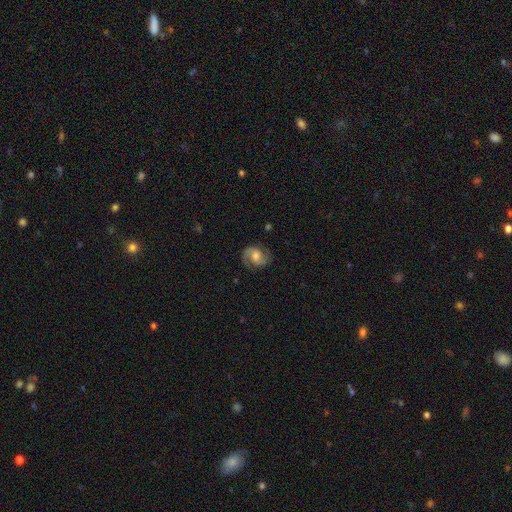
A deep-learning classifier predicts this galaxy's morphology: Smooth or featured? Predicted: featured or disk (p=0.73). Edge-on disk? Predicted: no (p=0.98). Bar? Predicted: no (p=0.52). Spiral arms? Predicted: yes (p=0.94). Spiral winding? Predicted: medium (p=0.52). Spiral arm count? Predicted: 2 (p=0.87). Bulge size? Predicted: moderate (p=0.54). Merging? Predicted: none (p=0.77).